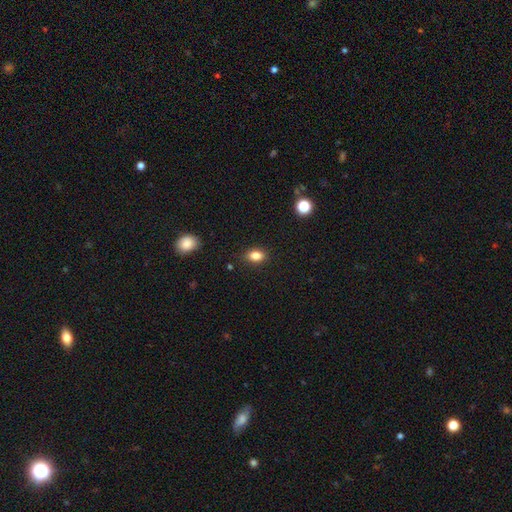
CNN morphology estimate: A smooth galaxy with no disk features (83%) that is in between round and cigar-shaped (80%).

Vote fractions:
- Smooth or featured? smooth: 83% / star or artifact: 10% / featured or disk: 6%
- How rounded? in between: 80% / round: 17% / cigar-shaped: 3%
- Merging? none: 84% / minor disturbance: 12% / major disturbance: 2% / merger: 1%